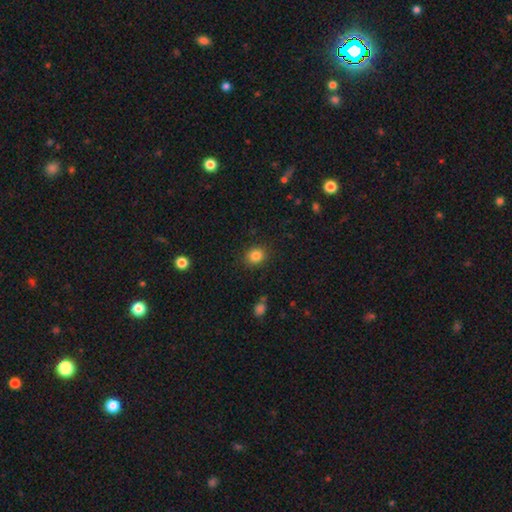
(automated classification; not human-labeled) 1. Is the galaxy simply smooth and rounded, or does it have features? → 84% smooth, 11% star or artifact, 5% featured or disk.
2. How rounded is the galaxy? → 70% round, 29% in between, 1% cigar-shaped.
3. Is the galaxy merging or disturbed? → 88% none, 9% minor disturbance, 3% major disturbance, 1% merger.